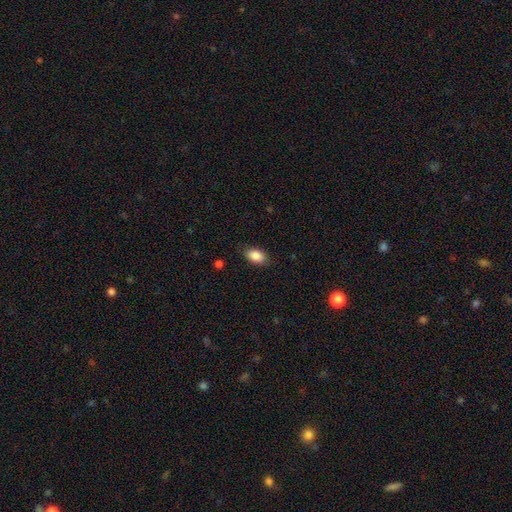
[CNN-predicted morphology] This is clearly a smooth galaxy (88%). How rounded: clearly in between (90%). Merging: clearly none (84%).